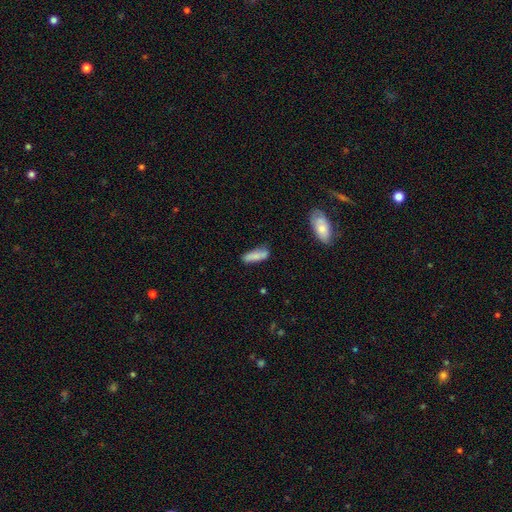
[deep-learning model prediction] A smooth galaxy with no disk features (80%) that is cigar-shaped (54%). Merging: none (69%).